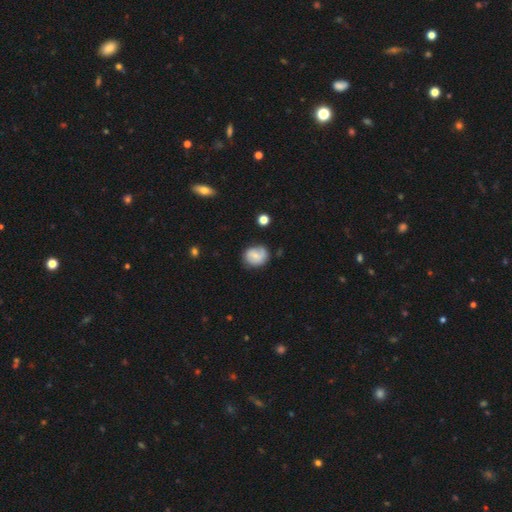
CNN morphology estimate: Smooth or featured: smooth — 58% (featured or disk — 33%)
How rounded: round — 64% (in between — 35%)
Merging: none — 65% (minor disturbance — 25%)